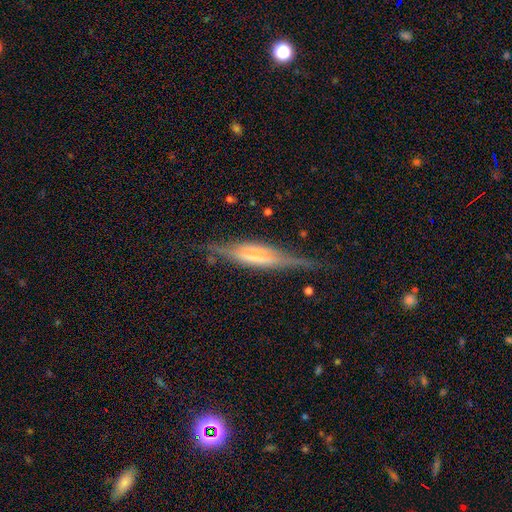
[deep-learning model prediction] Smooth or featured?
  - featured or disk: 69% *
  - smooth: 24%
  - star or artifact: 7%
Edge-on disk?
  - yes: 94% *
  - no: 6%
Edge-on bulge?
  - boxy: 54% *
  - rounded: 31%
  - none: 15%
Merging?
  - none: 72% *
  - minor disturbance: 20%
  - major disturbance: 6%
  - merger: 2%